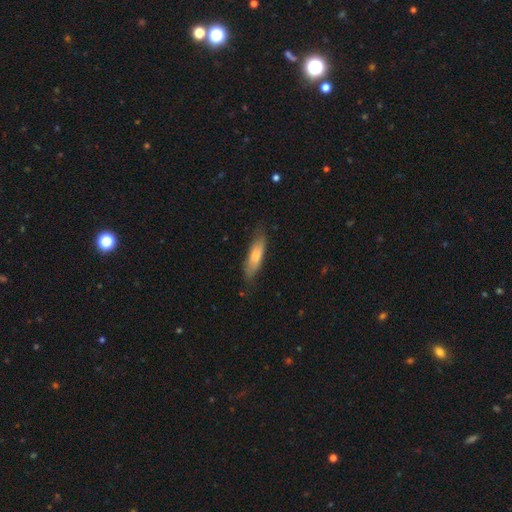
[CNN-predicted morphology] A smooth galaxy with no disk features (77%) that is cigar-shaped (59%). Merging: none (73%).